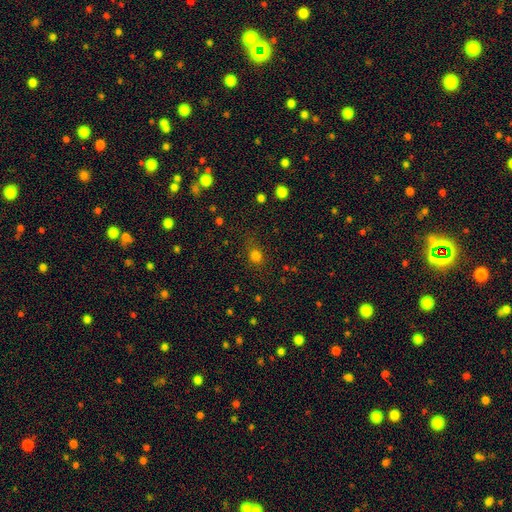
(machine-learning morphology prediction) smooth 78%, star or artifact 17%, featured or disk 5%. Down the decision tree: how rounded — round (74%); merging — none (73%).